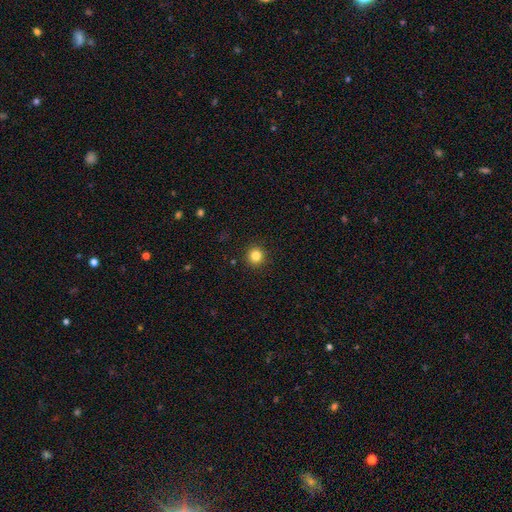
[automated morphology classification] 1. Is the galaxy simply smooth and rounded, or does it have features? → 83% smooth, 12% star or artifact, 5% featured or disk.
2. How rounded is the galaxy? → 95% round, 4% in between, 1% cigar-shaped.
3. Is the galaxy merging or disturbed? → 93% none, 5% minor disturbance, 2% major disturbance, 1% merger.